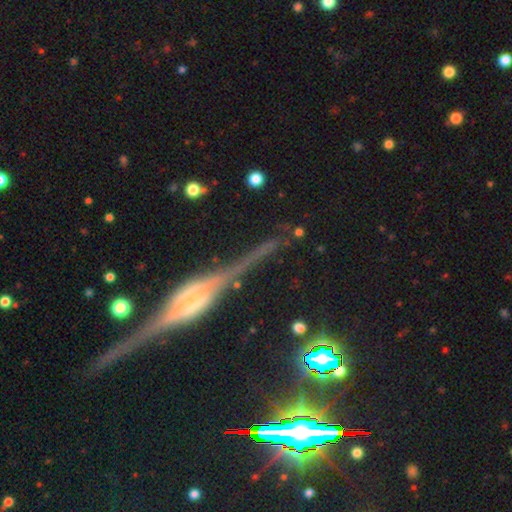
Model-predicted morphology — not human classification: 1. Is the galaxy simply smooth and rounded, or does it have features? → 86% featured or disk, 8% star or artifact, 5% smooth.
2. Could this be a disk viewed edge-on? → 95% yes, 5% no.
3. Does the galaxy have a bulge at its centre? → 49% boxy, 44% rounded, 7% none.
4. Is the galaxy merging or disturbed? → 77% none, 15% minor disturbance, 6% major disturbance, 3% merger.